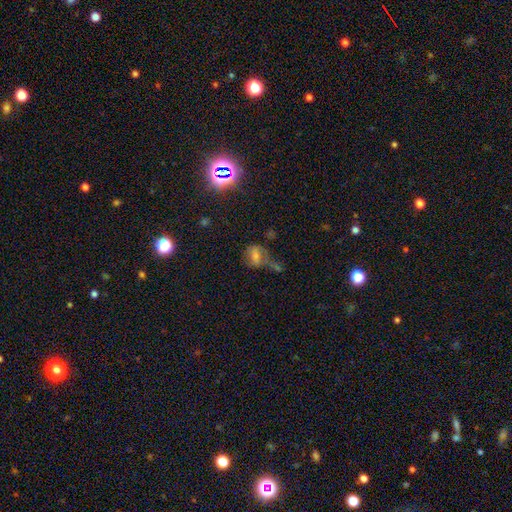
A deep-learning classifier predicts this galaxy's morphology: type=smooth (58%); roundness=in between (61%); merging=none (37%).